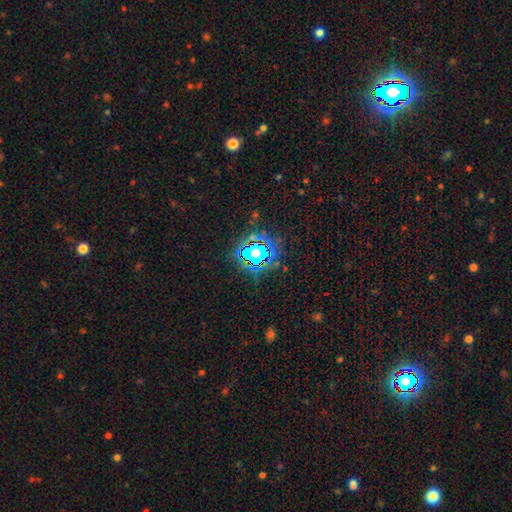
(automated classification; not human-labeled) smooth_or_featured: star or artifact (p=0.68) [alt: smooth p=0.19]